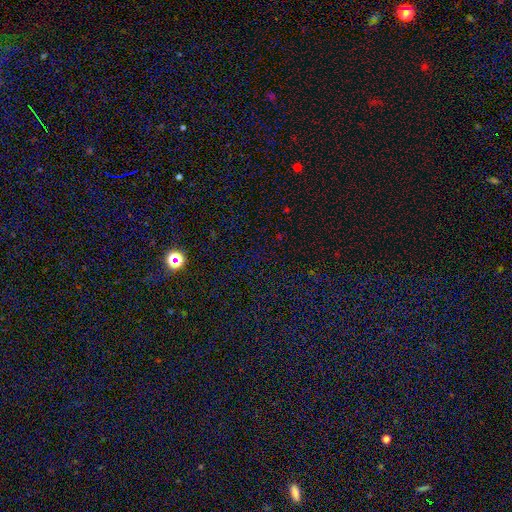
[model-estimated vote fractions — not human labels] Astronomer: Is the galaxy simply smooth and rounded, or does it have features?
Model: star or artifact — 73%.